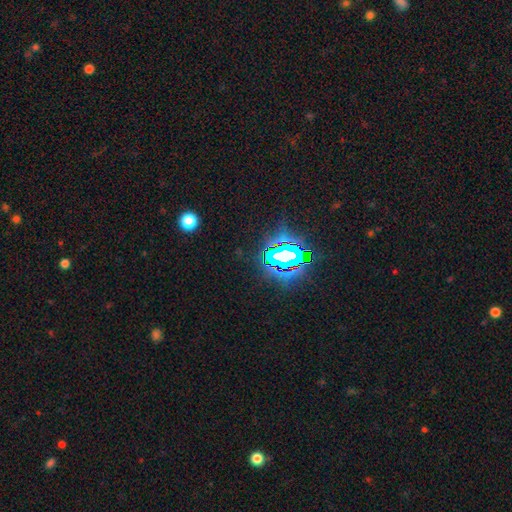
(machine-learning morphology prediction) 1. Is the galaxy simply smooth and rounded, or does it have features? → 79% star or artifact, 12% smooth, 9% featured or disk.